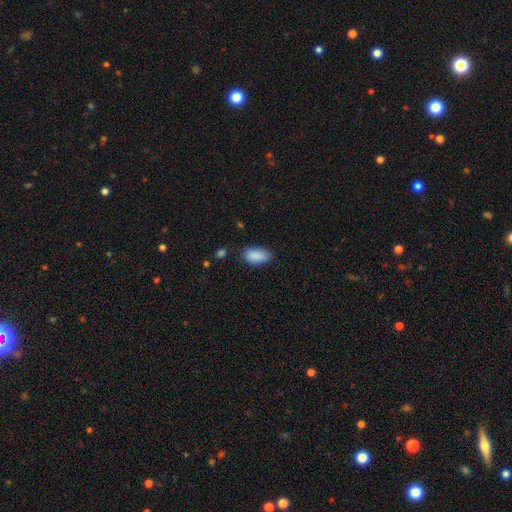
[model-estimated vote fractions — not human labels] Smooth or featured: smooth — 89% (star or artifact — 7%)
How rounded: in between — 93% (cigar-shaped — 4%)
Merging: none — 78% (minor disturbance — 17%)